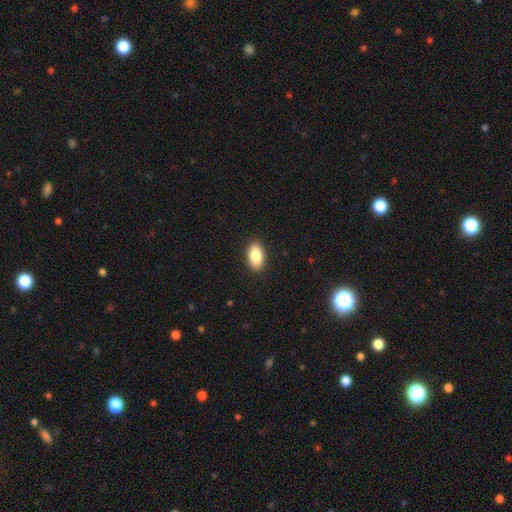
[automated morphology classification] smooth-or-featured: smooth: 85% | featured or disk: 8% | star or artifact: 7%
  how-rounded: in between: 92% | round: 5% | cigar-shaped: 3%
  merging: none: 90% | minor disturbance: 7% | major disturbance: 2% | merger: 1%